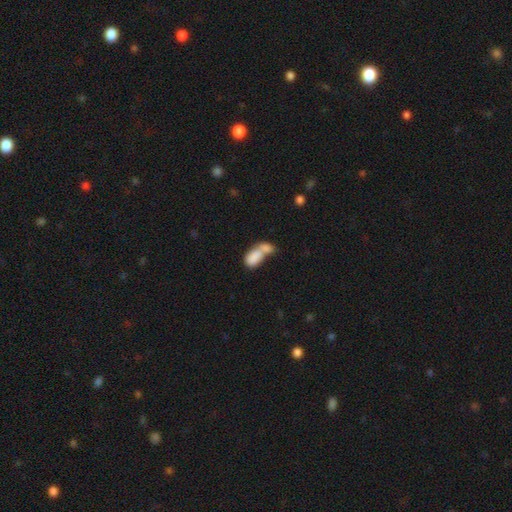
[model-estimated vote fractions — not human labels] Overall: smooth (80%). How rounded: in between (90%). Merging: merger (71%).